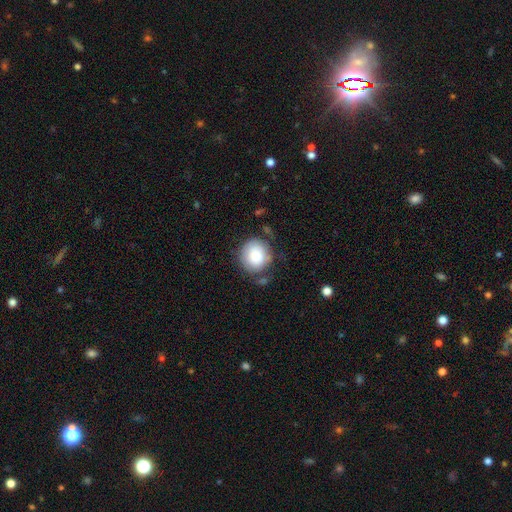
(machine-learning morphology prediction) The model was most divided on "merging": none: 64%, minor disturbance: 22%, major disturbance: 9%, merger: 6%. More confident: how rounded — round (87%); smooth or featured — smooth (81%).